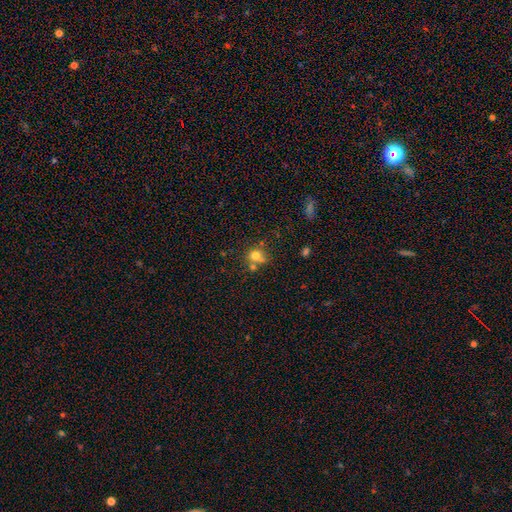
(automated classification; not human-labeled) Smooth or featured?
  - smooth: 72% *
  - star or artifact: 15%
  - featured or disk: 14%
How rounded?
  - round: 80% *
  - in between: 19%
  - cigar-shaped: 1%
Merging?
  - none: 48% *
  - merger: 34%
  - minor disturbance: 13%
  - major disturbance: 6%